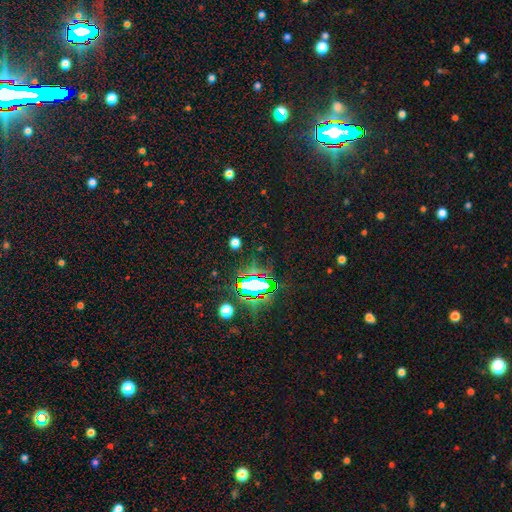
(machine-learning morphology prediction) Smooth or featured: star or artifact — 82% (smooth — 11%)